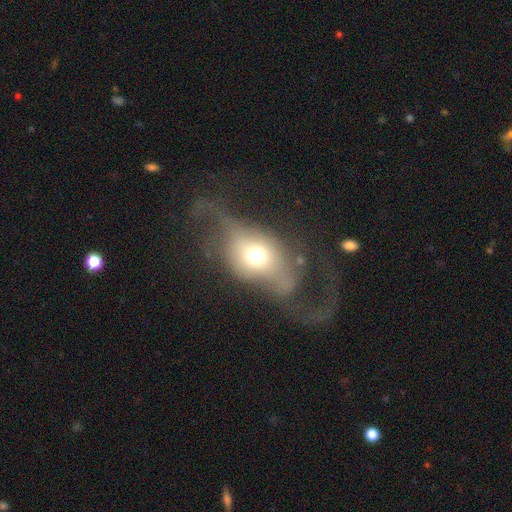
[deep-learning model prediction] Smooth or featured? Predicted: smooth (p=0.47). Merging? Predicted: major disturbance (p=0.51).